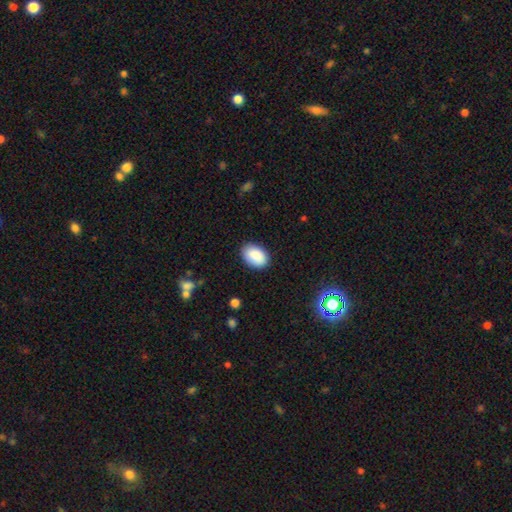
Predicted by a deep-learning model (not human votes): smooth 89%, star or artifact 7%, featured or disk 4%. Down the decision tree: how rounded — in between (86%); merging — none (86%).